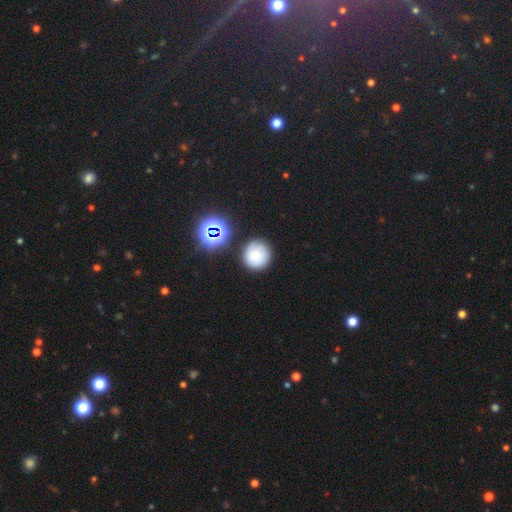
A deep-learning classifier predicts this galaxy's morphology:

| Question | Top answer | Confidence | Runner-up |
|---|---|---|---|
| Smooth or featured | smooth | 67% | featured or disk (18%) |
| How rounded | round | 93% | in between (6%) |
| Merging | none | 80% | minor disturbance (12%) |